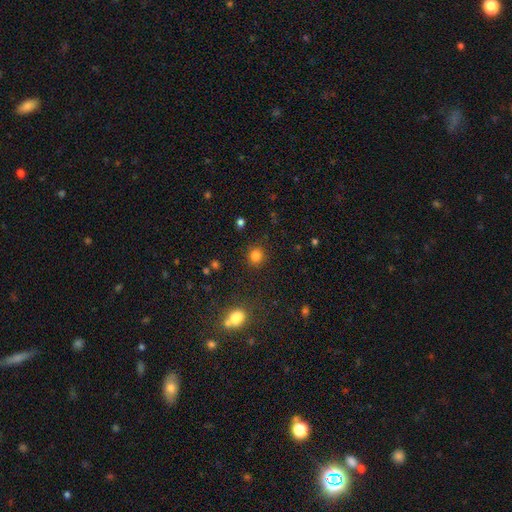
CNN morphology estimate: smooth_or_featured: smooth (p=0.82) [alt: star or artifact p=0.13]
how_rounded: round (p=0.88) [alt: in between p=0.11]
merging: none (p=0.89) [alt: minor disturbance p=0.06]